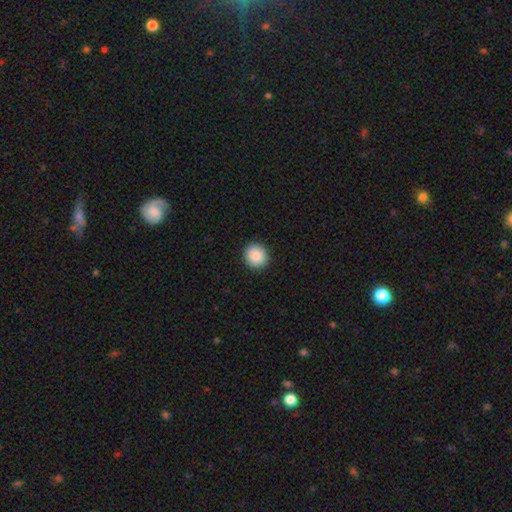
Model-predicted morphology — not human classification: Overall: smooth (89%). How rounded: round (90%). Merging: none (92%).